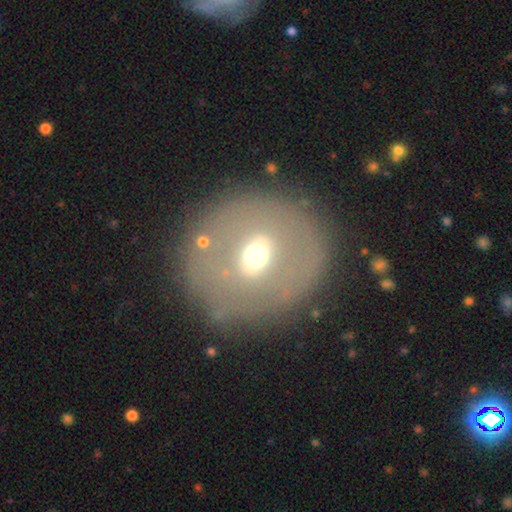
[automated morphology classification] A featured or disk galaxy (47%). Merging: none (77%).